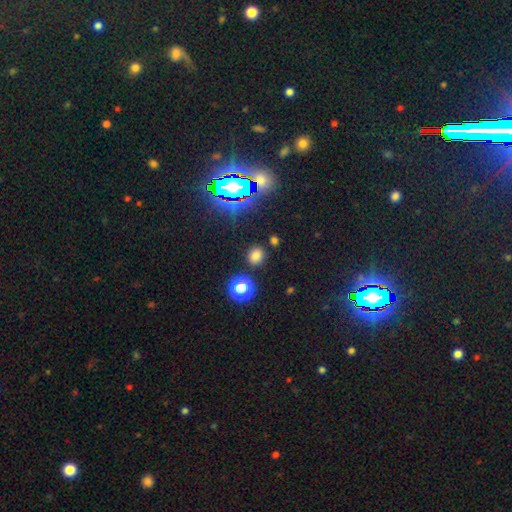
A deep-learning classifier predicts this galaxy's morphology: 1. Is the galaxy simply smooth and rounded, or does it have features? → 71% smooth, 23% star or artifact, 5% featured or disk.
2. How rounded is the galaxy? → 70% round, 29% in between, 1% cigar-shaped.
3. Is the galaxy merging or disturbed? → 85% none, 8% minor disturbance, 4% merger, 3% major disturbance.